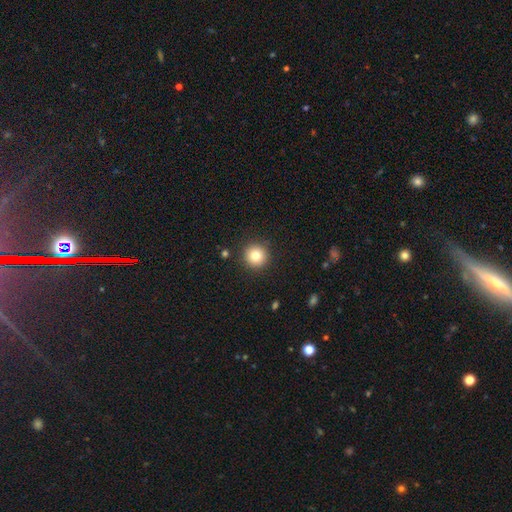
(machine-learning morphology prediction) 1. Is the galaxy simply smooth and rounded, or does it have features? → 81% smooth, 11% star or artifact, 8% featured or disk.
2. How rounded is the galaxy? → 96% round, 3% in between, 1% cigar-shaped.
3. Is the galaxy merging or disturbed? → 91% none, 6% minor disturbance, 2% major disturbance, 1% merger.